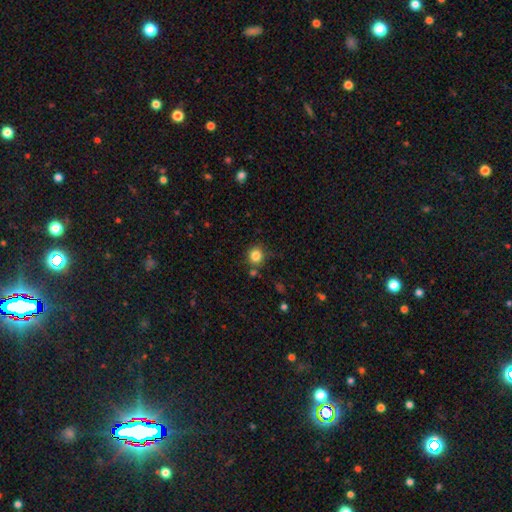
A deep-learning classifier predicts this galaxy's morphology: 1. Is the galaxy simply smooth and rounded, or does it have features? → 83% smooth, 11% star or artifact, 5% featured or disk.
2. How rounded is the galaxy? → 88% round, 11% in between, 1% cigar-shaped.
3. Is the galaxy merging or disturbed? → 80% none, 11% minor disturbance, 6% merger, 3% major disturbance.